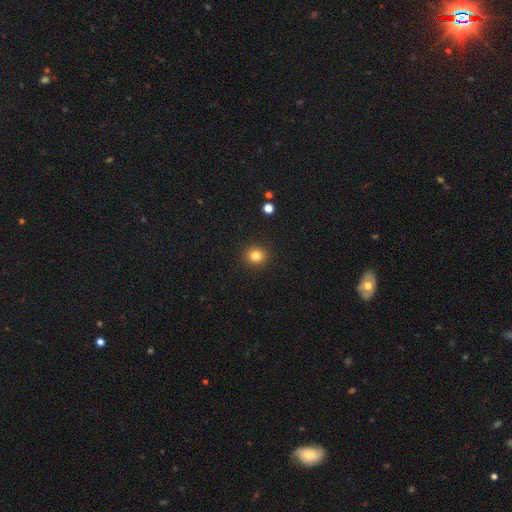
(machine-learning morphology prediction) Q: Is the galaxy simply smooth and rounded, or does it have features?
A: smooth — 82%.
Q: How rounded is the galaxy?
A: round — 90%.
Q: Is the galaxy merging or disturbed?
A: none — 92%.